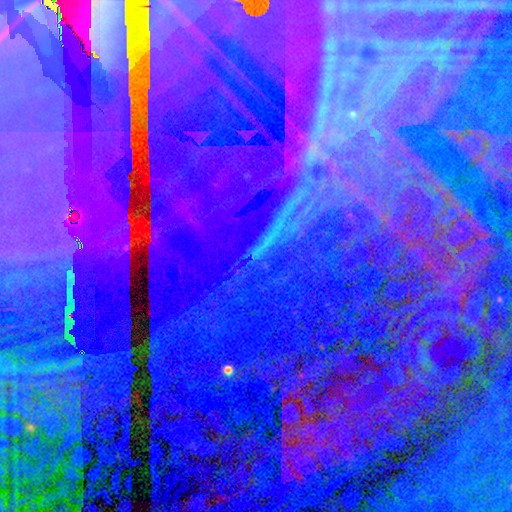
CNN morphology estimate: A star or artifact, not a galaxy (88%).